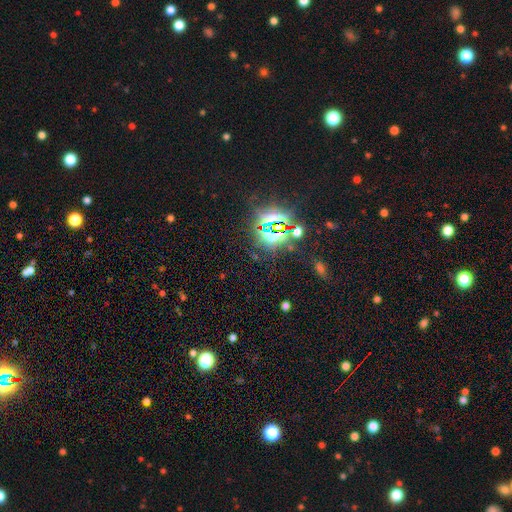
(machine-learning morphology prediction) This appears to be a star or artifact, not a galaxy (82%).